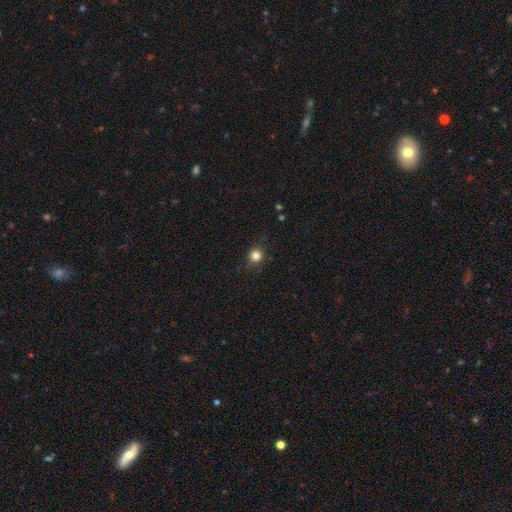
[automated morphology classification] smooth-or-featured: smooth: 82% | star or artifact: 13% | featured or disk: 6%
  how-rounded: round: 85% | in between: 14% | cigar-shaped: 1%
  merging: none: 83% | minor disturbance: 13% | major disturbance: 3% | merger: 1%